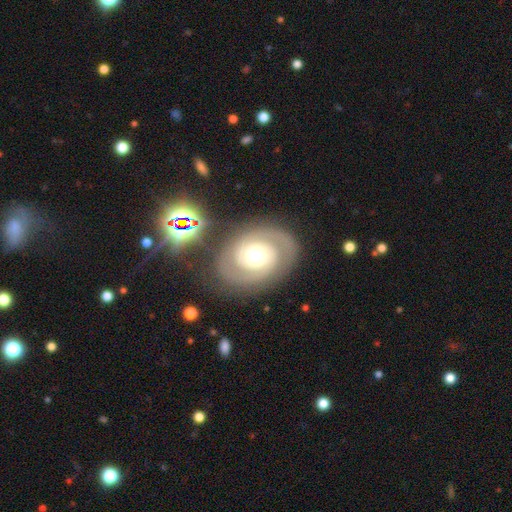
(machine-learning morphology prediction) Smooth or featured? Predicted: featured or disk (p=0.84). Edge-on disk? Predicted: no (p=0.97). Bar? Predicted: no (p=0.76). Spiral arms? Predicted: yes (p=0.90). Spiral winding? Predicted: tight (p=0.61). Spiral arm count? Predicted: 2 (p=0.85). Bulge size? Predicted: moderate (p=0.67). Merging? Predicted: none (p=0.78).